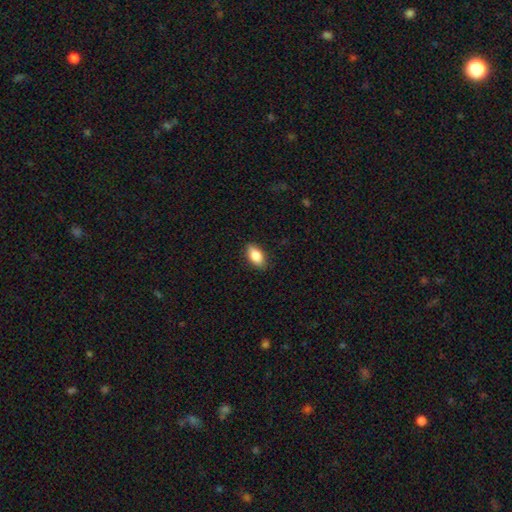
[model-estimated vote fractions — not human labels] This is clearly a smooth galaxy (80%). How rounded: clearly in between (87%). Merging: clearly none (87%).